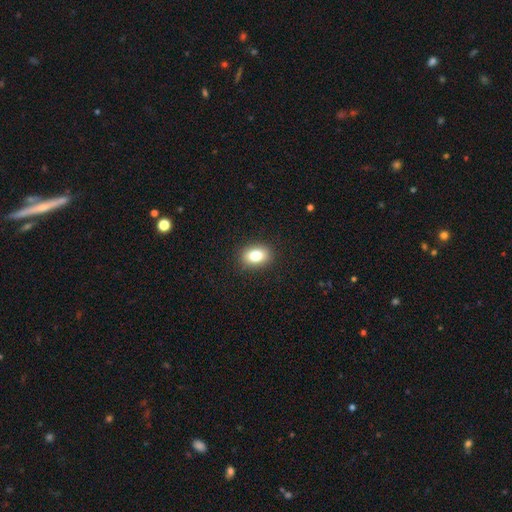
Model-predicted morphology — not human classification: The model was most divided on "how rounded": in between: 70%, round: 29%, cigar-shaped: 1%. More confident: merging — none (89%); smooth or featured — smooth (81%).